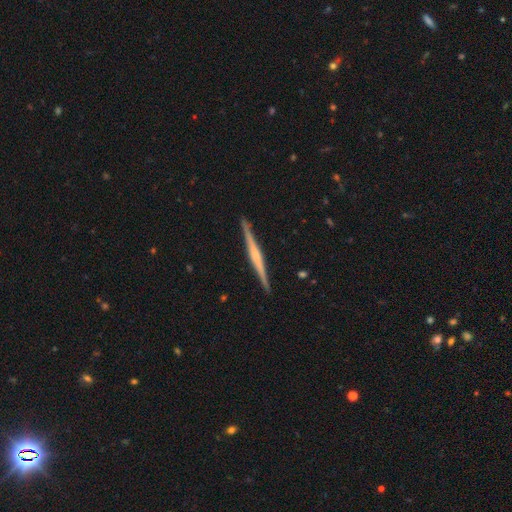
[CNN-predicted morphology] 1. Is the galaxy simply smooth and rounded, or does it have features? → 76% featured or disk, 19% smooth, 5% star or artifact.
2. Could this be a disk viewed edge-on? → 98% yes, 2% no.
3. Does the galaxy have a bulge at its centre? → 42% rounded, 29% none, 29% boxy.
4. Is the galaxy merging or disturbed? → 91% none, 6% minor disturbance, 1% major disturbance, 1% merger.